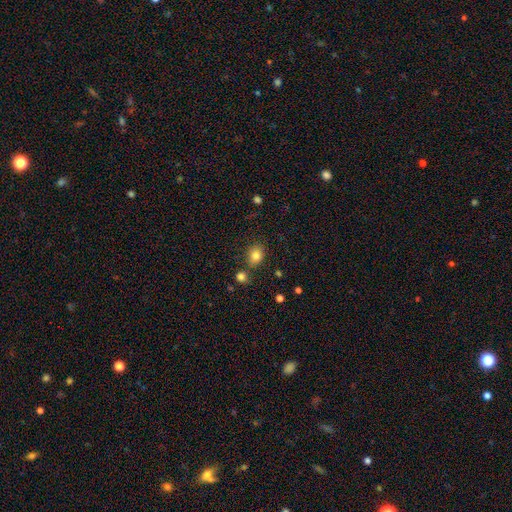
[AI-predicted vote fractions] Q: Smooth or featured?
A: smooth (83%); runner-up: star or artifact (11%)
Q: How rounded?
A: in between (51%); runner-up: round (48%)
Q: Merging?
A: none (75%); runner-up: minor disturbance (12%)